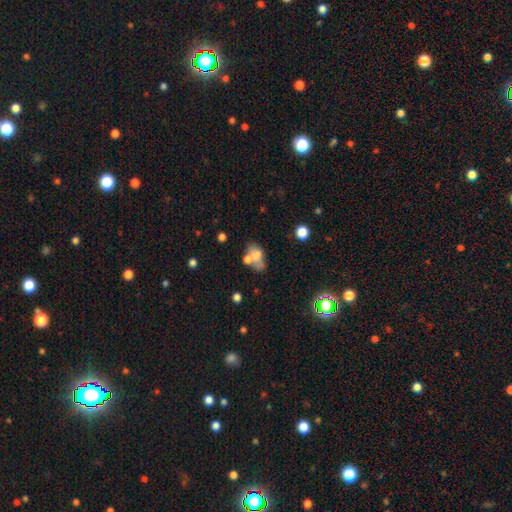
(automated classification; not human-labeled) Smooth or featured? smooth (59%)
How rounded? in between (78%)
Merging? merger (38%)